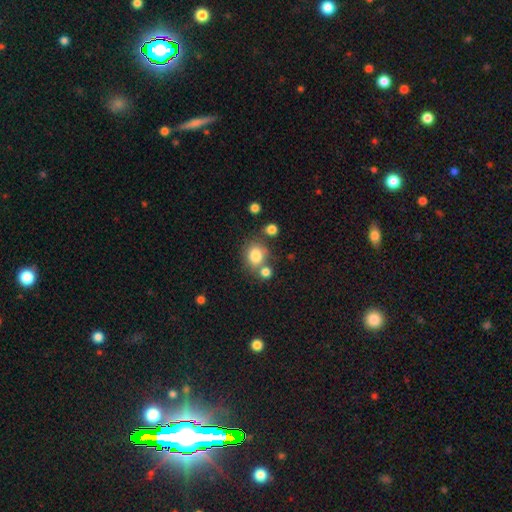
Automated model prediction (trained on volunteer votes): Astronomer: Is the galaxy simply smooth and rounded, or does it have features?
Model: smooth — 81%.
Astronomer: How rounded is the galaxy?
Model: round — 73%.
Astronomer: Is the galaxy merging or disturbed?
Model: none — 59%.